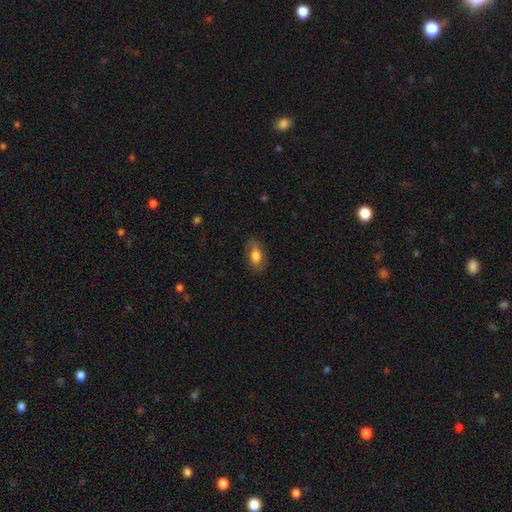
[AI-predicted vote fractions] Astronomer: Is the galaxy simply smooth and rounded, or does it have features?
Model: smooth — 73%.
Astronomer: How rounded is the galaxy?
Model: in between — 90%.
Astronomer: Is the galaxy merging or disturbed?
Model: none — 81%.